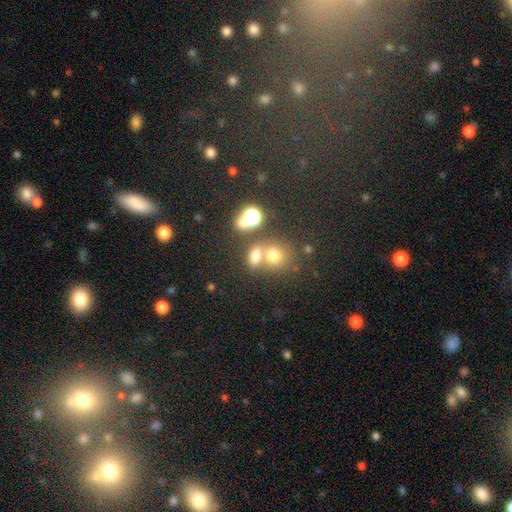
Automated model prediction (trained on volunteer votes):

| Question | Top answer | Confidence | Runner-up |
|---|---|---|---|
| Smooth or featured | smooth | 68% | star or artifact (21%) |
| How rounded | in between | 51% | round (46%) |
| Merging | none | 45% | merger (42%) |